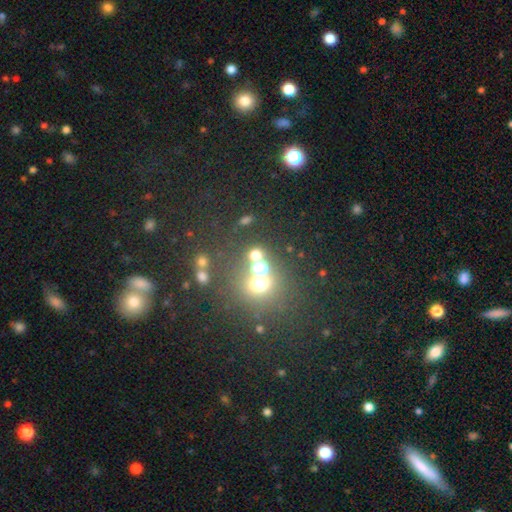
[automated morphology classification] Smooth or featured: smooth — 56% (star or artifact — 33%)
How rounded: round — 81% (in between — 17%)
Merging: none — 63% (merger — 22%)